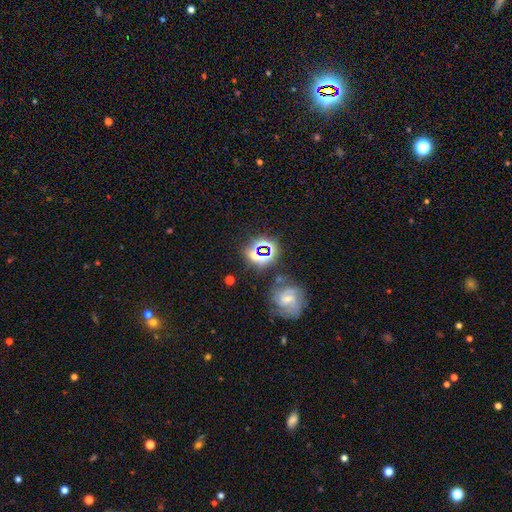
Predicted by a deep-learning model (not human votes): This is possibly a star or artifact rather than a galaxy (57%).